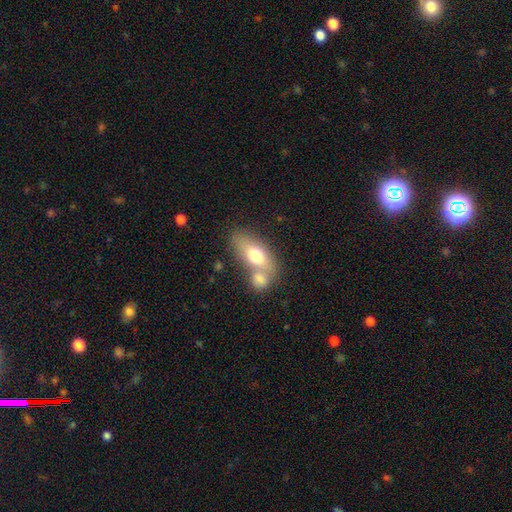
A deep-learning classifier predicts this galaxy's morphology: smooth_or_featured: smooth (p=0.68) [alt: featured or disk p=0.25]
how_rounded: in between (p=0.81) [alt: cigar-shaped p=0.12]
merging: merger (p=0.46) [alt: none p=0.39]